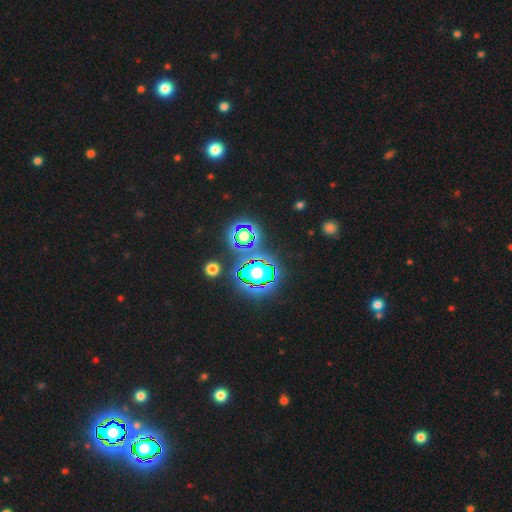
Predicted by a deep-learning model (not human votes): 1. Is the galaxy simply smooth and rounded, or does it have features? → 82% star or artifact, 12% smooth, 6% featured or disk.